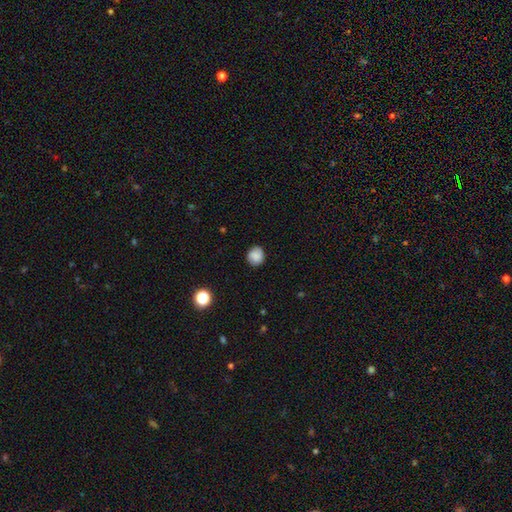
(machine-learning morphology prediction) type=smooth (83%); roundness=round (77%); merging=none (83%).